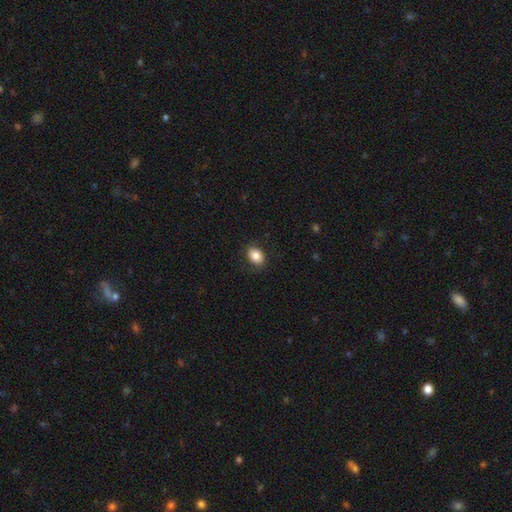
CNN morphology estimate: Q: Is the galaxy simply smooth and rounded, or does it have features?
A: smooth — 85%.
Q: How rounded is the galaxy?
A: in between — 71%.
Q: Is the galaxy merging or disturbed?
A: none — 85%.